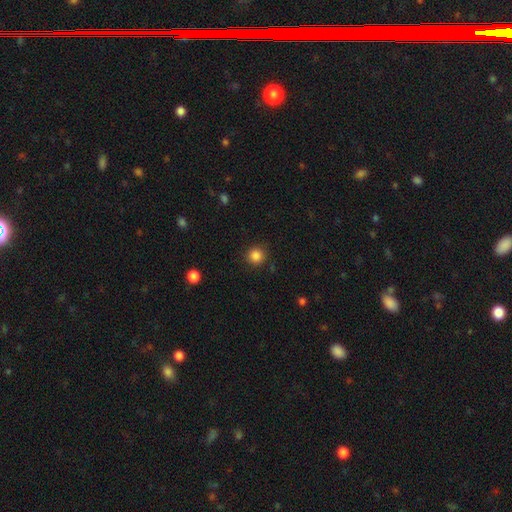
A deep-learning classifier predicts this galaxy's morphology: A smooth galaxy with no disk features (86%) that is round (93%). Merging: none (88%).